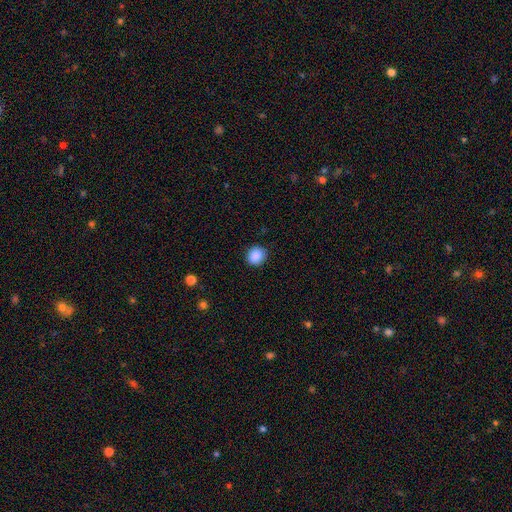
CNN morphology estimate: Smooth or featured? Predicted: smooth (p=0.88). How rounded? Predicted: round (p=0.82). Merging? Predicted: none (p=0.88).